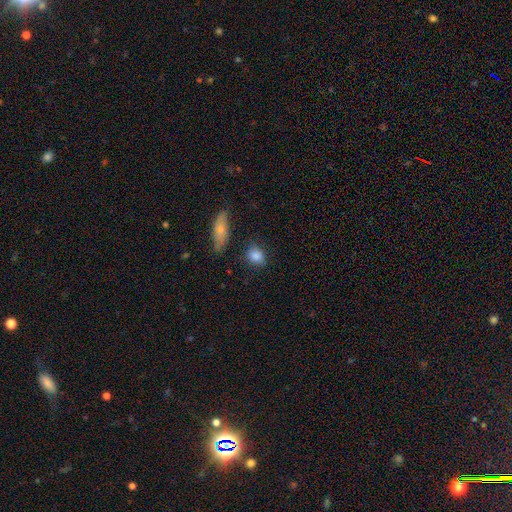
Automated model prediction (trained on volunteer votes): Q: Smooth or featured?
A: smooth (85%); runner-up: star or artifact (9%)
Q: How rounded?
A: in between (57%); runner-up: round (39%)
Q: Merging?
A: none (77%); runner-up: minor disturbance (15%)